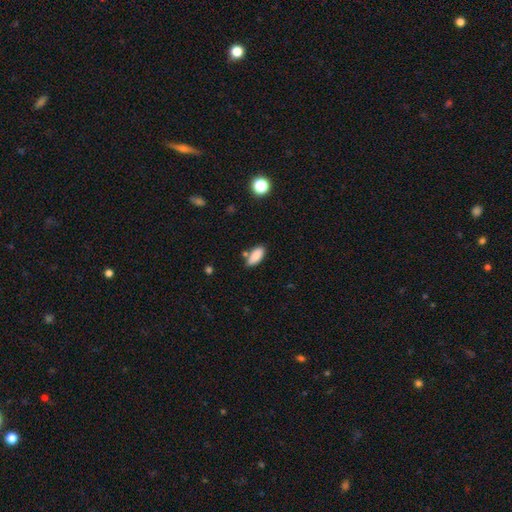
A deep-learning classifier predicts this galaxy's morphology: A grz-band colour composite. It shows a smooth galaxy with no disk features (87%) that is in between round and cigar-shaped (86%). Merging: none (70%).